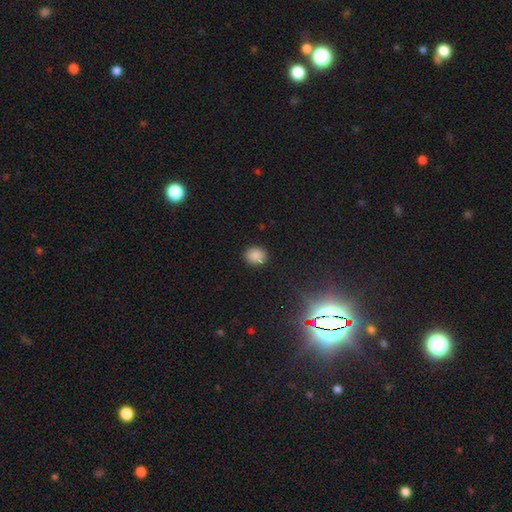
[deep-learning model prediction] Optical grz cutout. It shows a smooth galaxy with no disk features (84%) that is round (64%). Merging: none (86%).